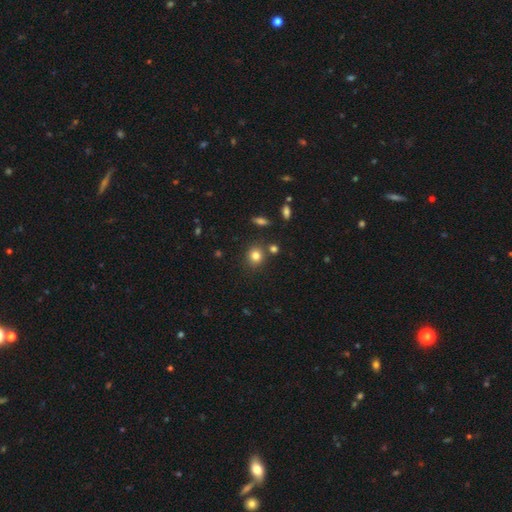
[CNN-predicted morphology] A smooth galaxy with no disk features (80%) that is round (81%). Merging: none (79%).